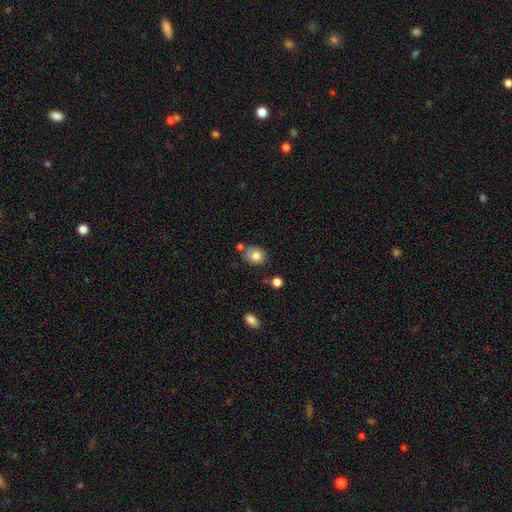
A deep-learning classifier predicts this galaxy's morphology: Smooth or featured? smooth (79%)
How rounded? round (53%)
Merging? none (70%)